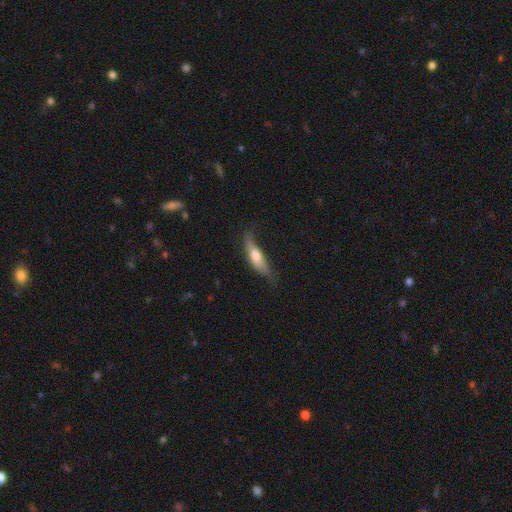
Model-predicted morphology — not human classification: A smooth galaxy with no disk features (62%) that is cigar-shaped (55%). Merging: none (53%).